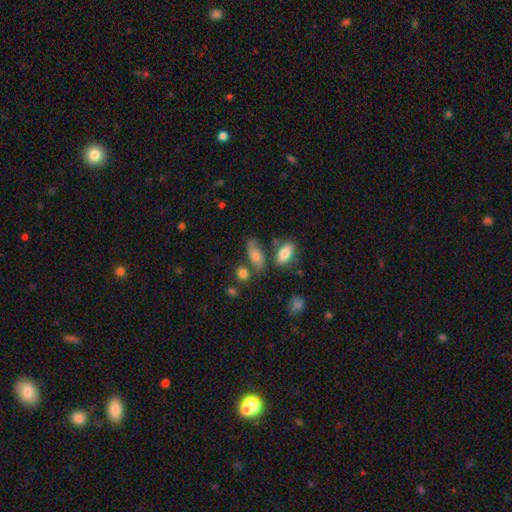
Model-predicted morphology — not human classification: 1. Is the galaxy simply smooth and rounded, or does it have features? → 64% smooth, 26% featured or disk, 11% star or artifact.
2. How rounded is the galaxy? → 81% in between, 11% cigar-shaped, 8% round.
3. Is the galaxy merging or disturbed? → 50% none, 23% minor disturbance, 16% merger, 12% major disturbance.